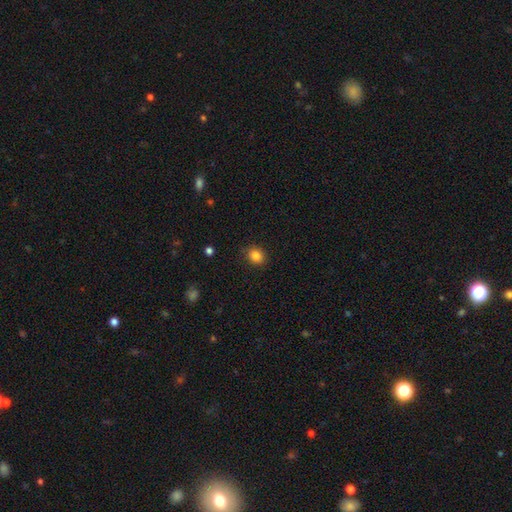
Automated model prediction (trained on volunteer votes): Q: Smooth or featured?
A: smooth (85%); runner-up: star or artifact (10%)
Q: How rounded?
A: round (66%); runner-up: in between (33%)
Q: Merging?
A: none (86%); runner-up: minor disturbance (11%)